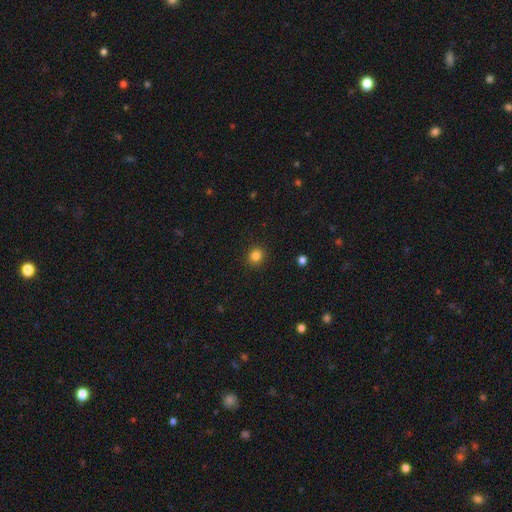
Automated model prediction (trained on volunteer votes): The model was most divided on "how rounded": round: 85%, in between: 14%, cigar-shaped: 1%. More confident: merging — none (91%); smooth or featured — smooth (84%).